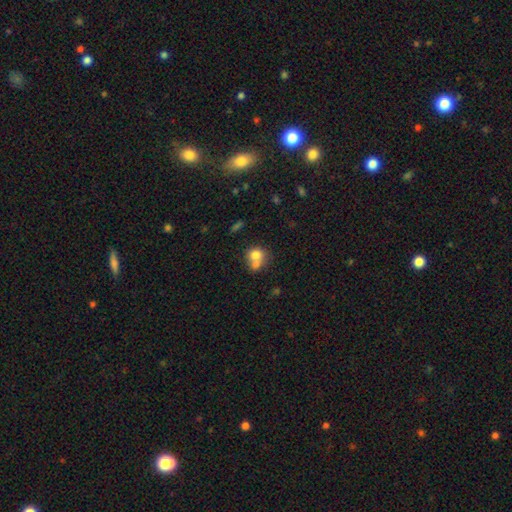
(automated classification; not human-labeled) smooth_or_featured: smooth (p=0.74) [alt: featured or disk p=0.16]
how_rounded: round (p=0.70) [alt: in between p=0.29]
merging: merger (p=0.55) [alt: none p=0.31]